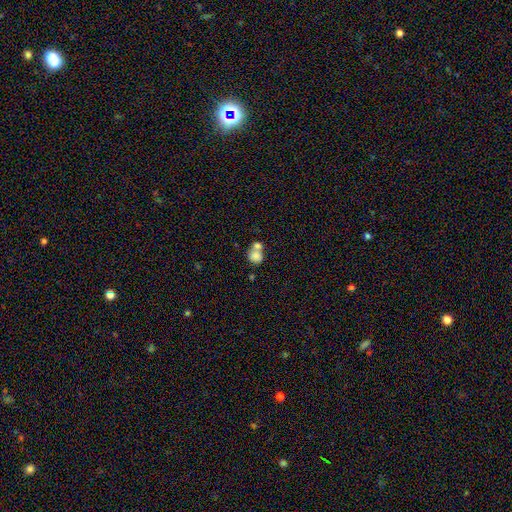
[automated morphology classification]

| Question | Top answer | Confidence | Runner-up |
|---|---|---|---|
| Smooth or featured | smooth | 79% | featured or disk (12%) |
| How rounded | round | 70% | in between (29%) |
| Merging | merger | 59% | none (28%) |